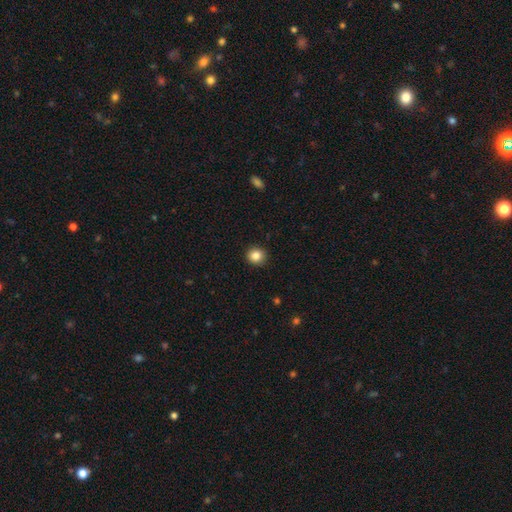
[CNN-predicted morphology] Smooth or featured: smooth — 86% (star or artifact — 10%)
How rounded: round — 90% (in between — 9%)
Merging: none — 92% (minor disturbance — 6%)